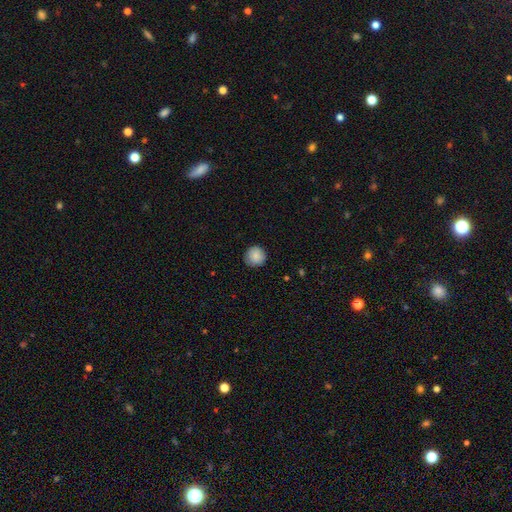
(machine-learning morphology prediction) A smooth galaxy with no disk features (87%) that is round (94%). Merging: none (86%).